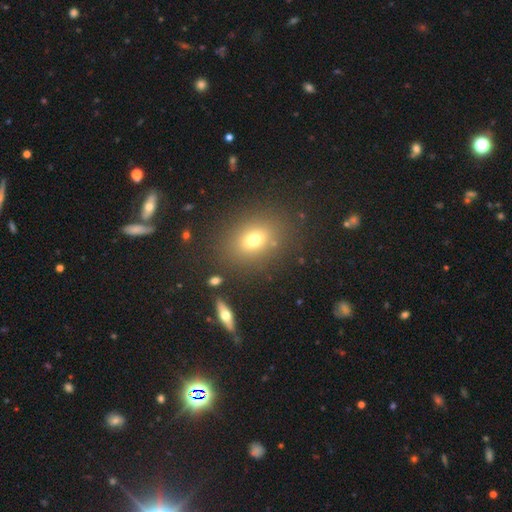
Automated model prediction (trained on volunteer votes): Smooth or featured: smooth — 61% (star or artifact — 24%)
How rounded: in between — 54% (round — 42%)
Merging: none — 84% (minor disturbance — 9%)